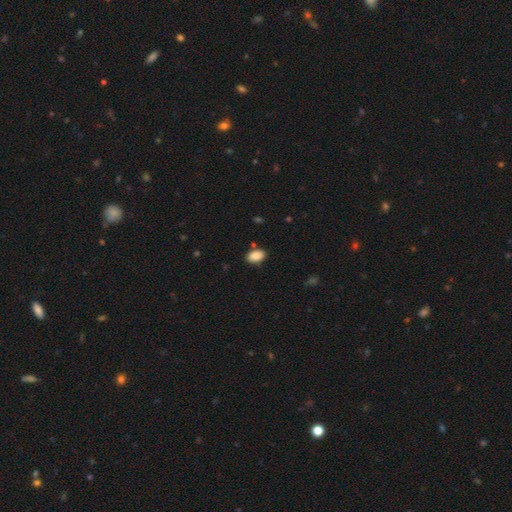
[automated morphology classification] Smooth or featured?
  - smooth: 88% *
  - star or artifact: 8%
  - featured or disk: 4%
How rounded?
  - in between: 90% *
  - round: 9%
  - cigar-shaped: 1%
Merging?
  - none: 83% *
  - minor disturbance: 11%
  - merger: 3%
  - major disturbance: 3%